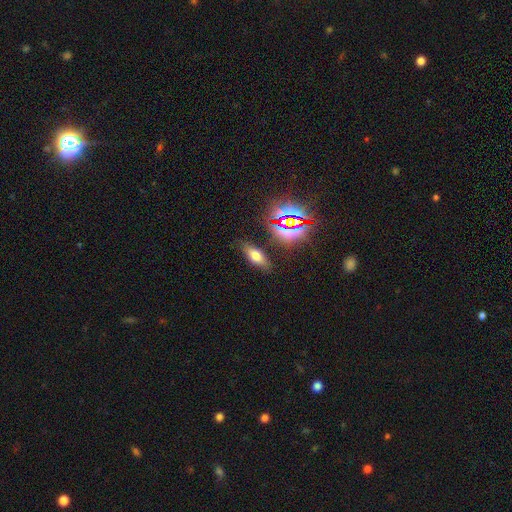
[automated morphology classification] Overall: smooth (61%; star or artifact 22%). How rounded: in between (72%). Merging: none (82%).